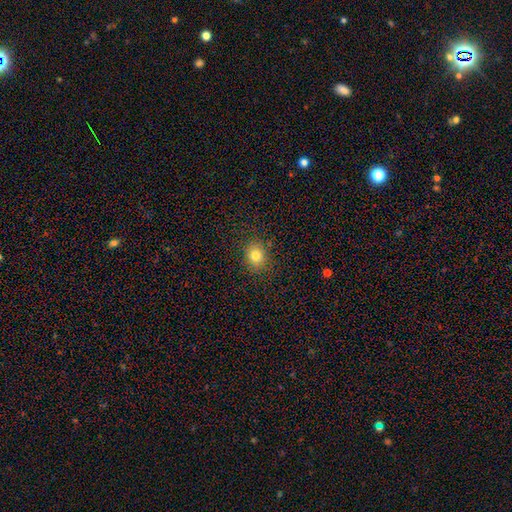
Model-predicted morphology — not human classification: Smooth or featured: smooth — 80% (star or artifact — 12%)
How rounded: round — 67% (in between — 32%)
Merging: none — 87% (minor disturbance — 9%)